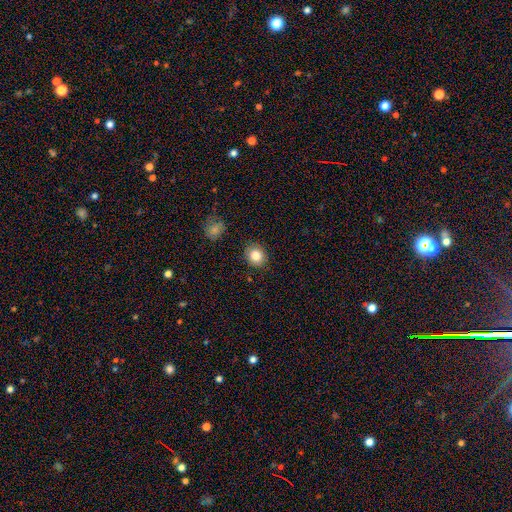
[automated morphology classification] A smooth galaxy with no disk features (84%) that is round (80%). Merging: none (88%).